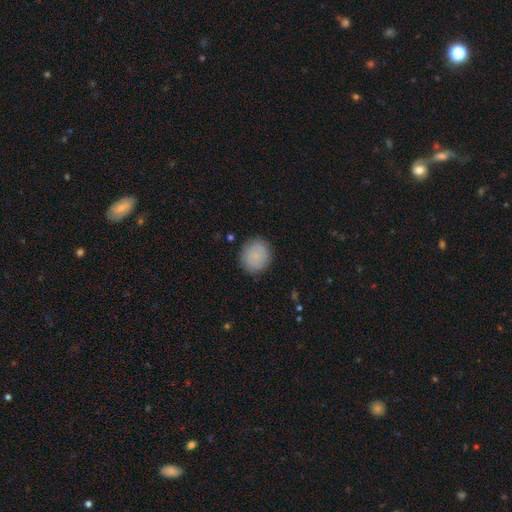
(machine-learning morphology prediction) Smooth or featured: smooth — 84% (featured or disk — 9%)
How rounded: round — 84% (in between — 15%)
Merging: none — 86% (minor disturbance — 10%)